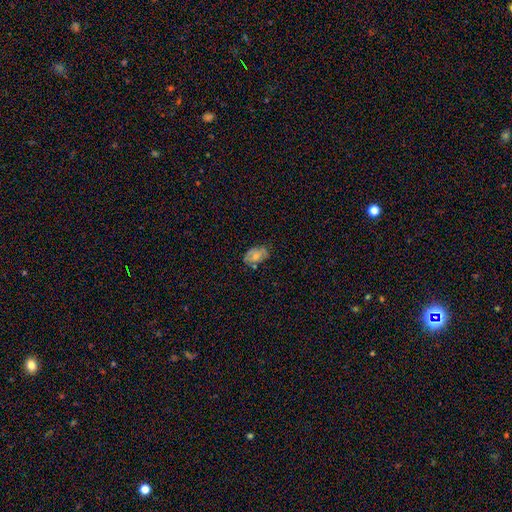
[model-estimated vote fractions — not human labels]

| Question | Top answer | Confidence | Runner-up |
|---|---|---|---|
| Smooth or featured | smooth | 63% | featured or disk (27%) |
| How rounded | in between | 87% | round (12%) |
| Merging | none | 66% | minor disturbance (26%) |